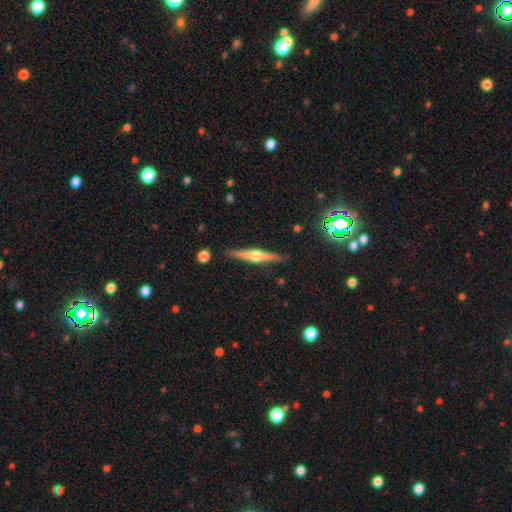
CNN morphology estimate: Smooth or featured? featured or disk (71%)
Edge-on disk? yes (98%)
Edge-on bulge? rounded (91%)
Merging? none (88%)